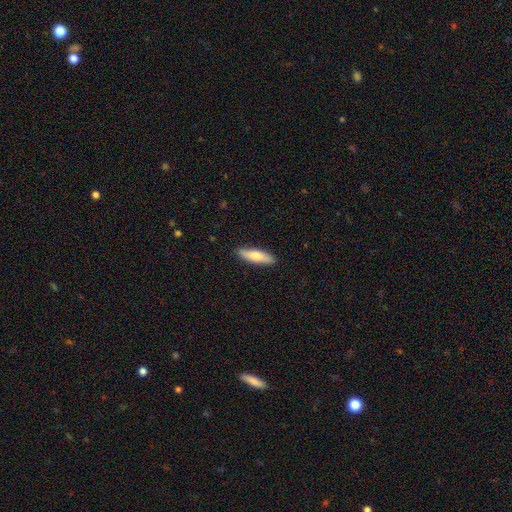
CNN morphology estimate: smooth 74%, featured or disk 20%, star or artifact 5%. Down the decision tree: how rounded — cigar-shaped (61%); merging — none (89%).